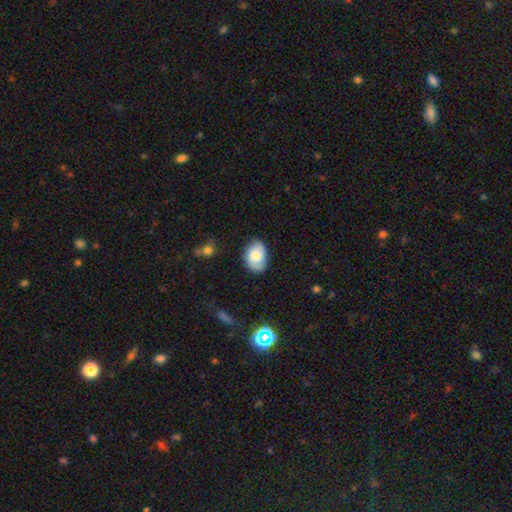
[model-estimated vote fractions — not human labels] A smooth galaxy with no disk features (73%) that is in between round and cigar-shaped (83%). Merging: none (75%).